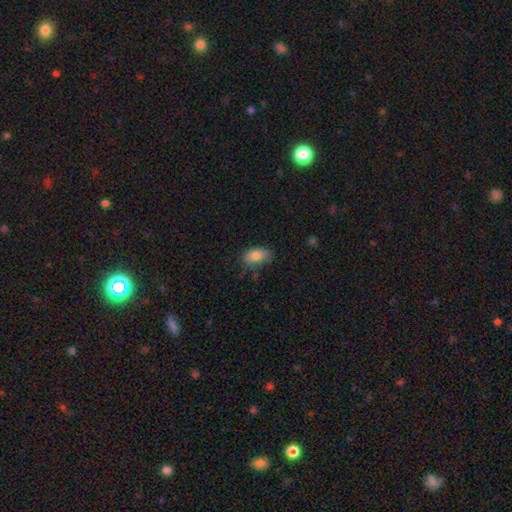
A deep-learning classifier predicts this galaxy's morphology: Smooth or featured: smooth — 83% (featured or disk — 9%)
How rounded: in between — 91% (round — 7%)
Merging: none — 64% (minor disturbance — 27%)